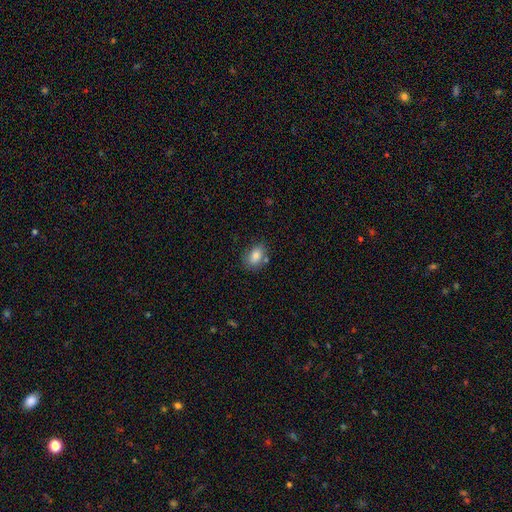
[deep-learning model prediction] This is clearly a smooth galaxy (84%). How rounded: clearly in between (82%). Merging: likely none (72%).